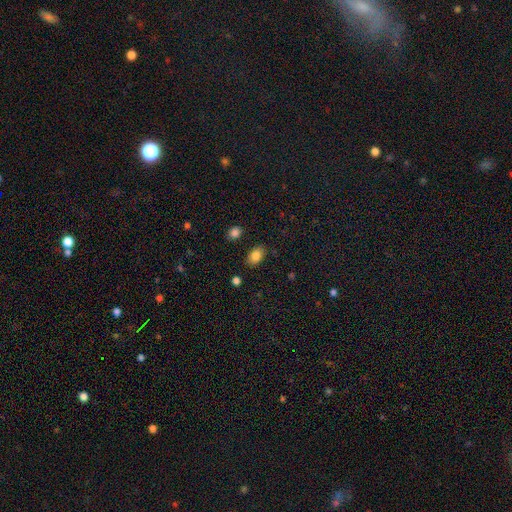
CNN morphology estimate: smooth 84%, star or artifact 9%, featured or disk 7%. Down the decision tree: how rounded — in between (86%); merging — none (85%).